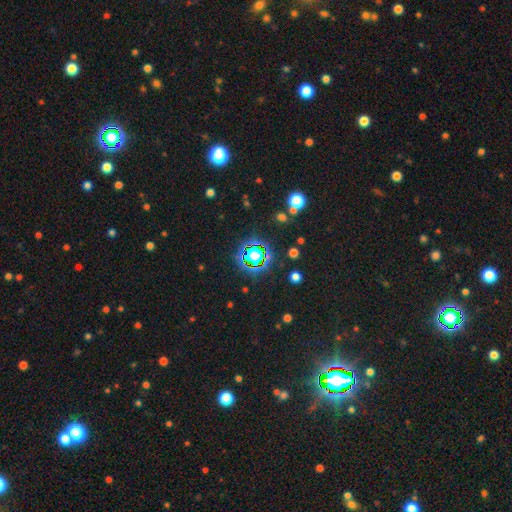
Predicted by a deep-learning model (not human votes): A star or artifact, not a galaxy (83%).

Vote fractions:
- Smooth or featured? star or artifact: 83% / smooth: 11% / featured or disk: 7%